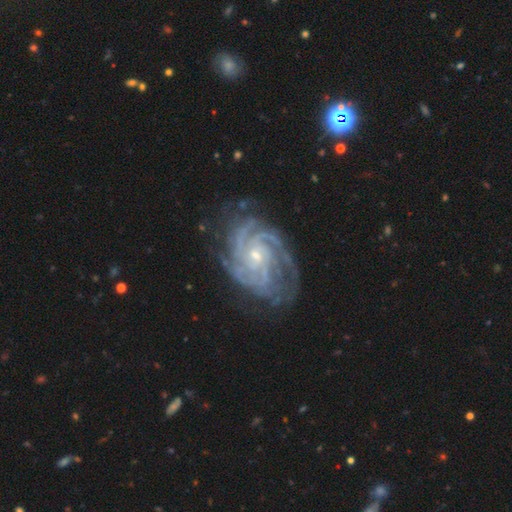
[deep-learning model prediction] Smooth or featured? Predicted: featured or disk (p=0.92). Edge-on disk? Predicted: no (p=0.98). Bar? Predicted: no (p=0.69). Spiral arms? Predicted: yes (p=0.98). Spiral winding? Predicted: tight (p=0.72). Spiral arm count? Predicted: 4 (p=0.29). Bulge size? Predicted: small (p=0.71). Merging? Predicted: none (p=0.72).